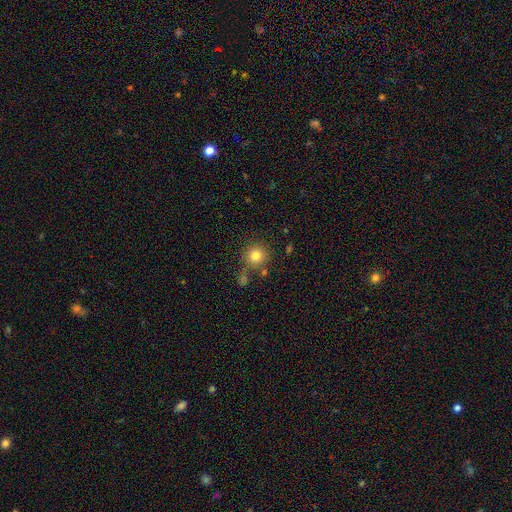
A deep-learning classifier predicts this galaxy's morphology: Smooth or featured: smooth — 80% (star or artifact — 12%)
How rounded: round — 93% (in between — 6%)
Merging: none — 74% (minor disturbance — 12%)